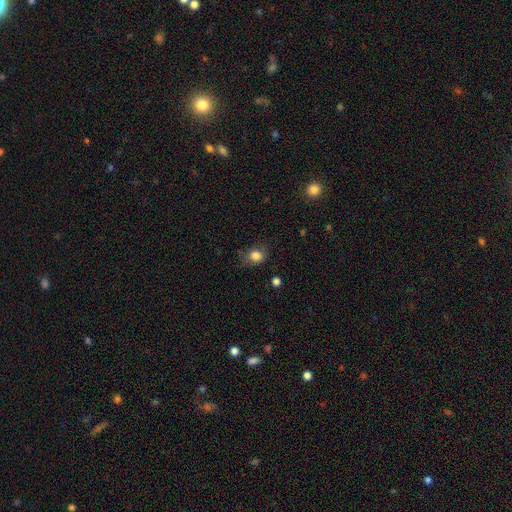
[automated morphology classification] Smooth or featured? smooth (82%)
How rounded? round (52%)
Merging? none (64%)